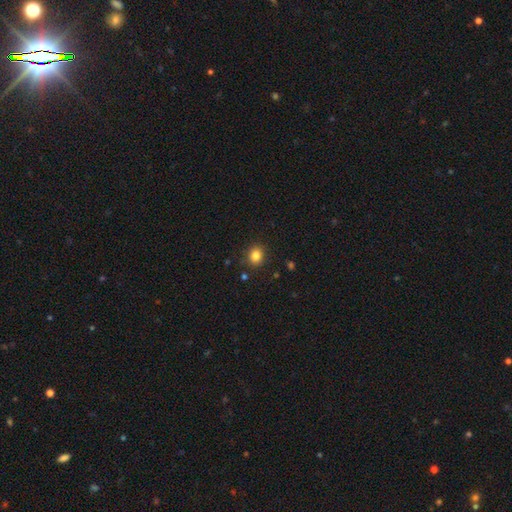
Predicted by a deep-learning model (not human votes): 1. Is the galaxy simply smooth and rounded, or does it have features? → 83% smooth, 11% star or artifact, 5% featured or disk.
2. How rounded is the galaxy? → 77% round, 22% in between, 1% cigar-shaped.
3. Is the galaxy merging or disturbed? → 88% none, 8% minor disturbance, 2% major disturbance, 2% merger.